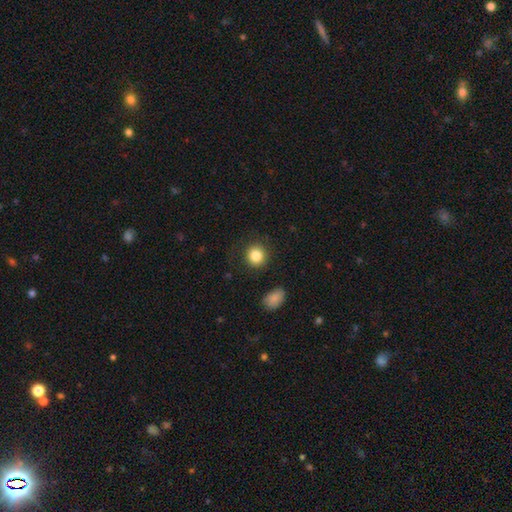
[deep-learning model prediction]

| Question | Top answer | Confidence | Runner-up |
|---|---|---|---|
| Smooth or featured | smooth | 84% | star or artifact (10%) |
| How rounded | round | 89% | in between (10%) |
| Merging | none | 87% | minor disturbance (8%) |